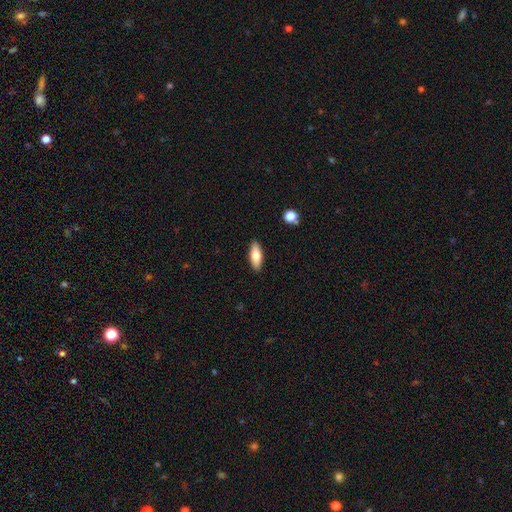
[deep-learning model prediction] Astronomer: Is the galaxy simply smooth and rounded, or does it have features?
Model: smooth — 77%.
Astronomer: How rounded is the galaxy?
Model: in between — 71%.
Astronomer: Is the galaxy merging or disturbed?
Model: none — 89%.